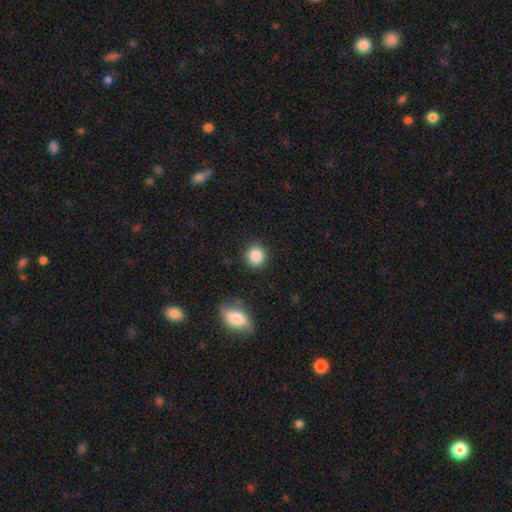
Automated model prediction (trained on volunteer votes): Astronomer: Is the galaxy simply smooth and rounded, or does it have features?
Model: smooth — 88%.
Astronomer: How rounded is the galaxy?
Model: round — 84%.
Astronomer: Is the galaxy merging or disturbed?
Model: none — 87%.